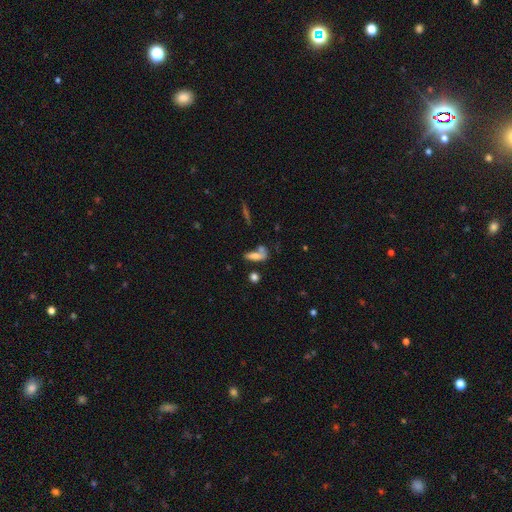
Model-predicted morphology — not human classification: smooth 67%, featured or disk 20%, star or artifact 12%. Down the decision tree: how rounded — in between (60%); merging — none (40%).